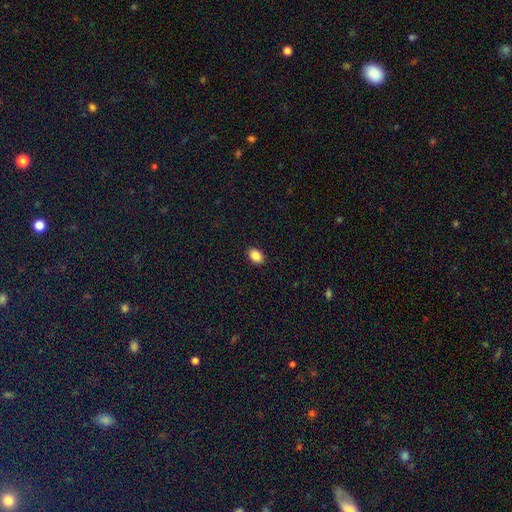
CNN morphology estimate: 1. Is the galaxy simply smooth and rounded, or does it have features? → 87% smooth, 9% star or artifact, 4% featured or disk.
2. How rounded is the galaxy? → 81% in between, 17% round, 1% cigar-shaped.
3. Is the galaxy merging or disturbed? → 91% none, 7% minor disturbance, 2% major disturbance, 1% merger.